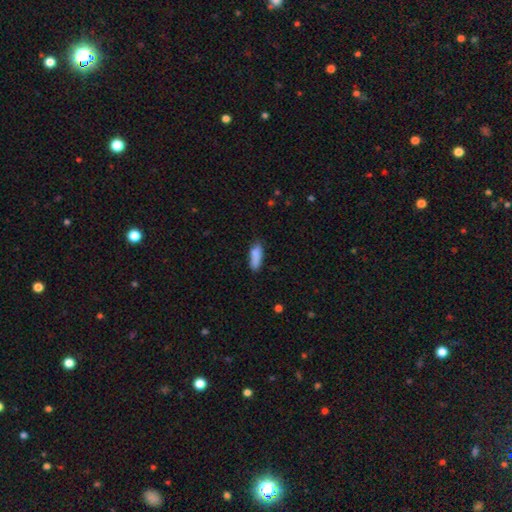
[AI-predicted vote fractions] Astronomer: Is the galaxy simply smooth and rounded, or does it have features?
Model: smooth — 85%.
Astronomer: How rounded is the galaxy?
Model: in between — 55% (runner-up: cigar-shaped, 43%).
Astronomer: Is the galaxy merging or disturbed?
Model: none — 67%.